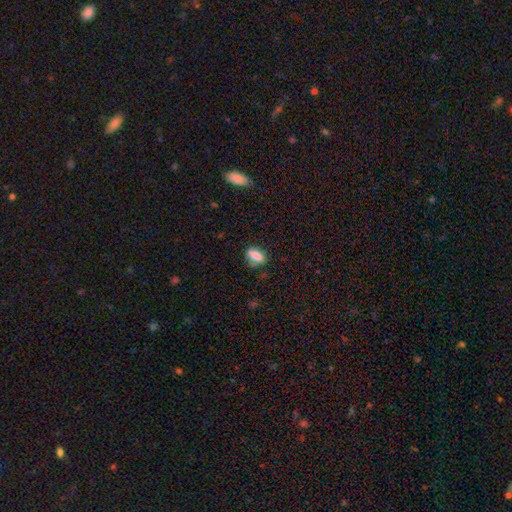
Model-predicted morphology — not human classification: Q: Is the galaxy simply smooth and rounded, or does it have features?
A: smooth — 81%.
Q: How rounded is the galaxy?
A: in between — 78%.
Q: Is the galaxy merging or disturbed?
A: none — 72%.